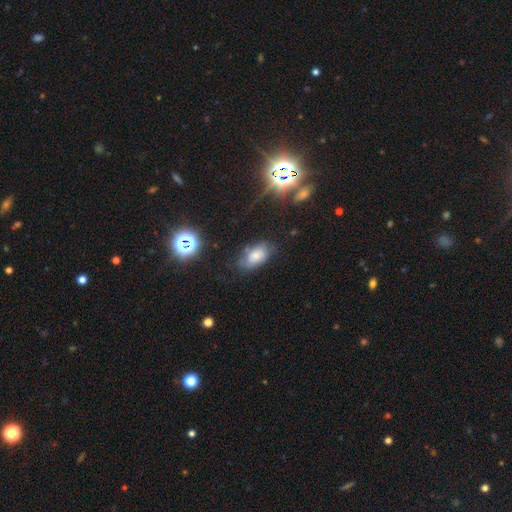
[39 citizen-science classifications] Smooth or featured?
  - smooth: 62% *
  - featured or disk: 33%
  - star or artifact: 5%
How rounded?
  - in between: 88% *
  - round: 12%
  - cigar-shaped: 0%
Merging?
  - none: 49% *
  - minor disturbance: 43%
  - major disturbance: 5%
  - merger: 3%